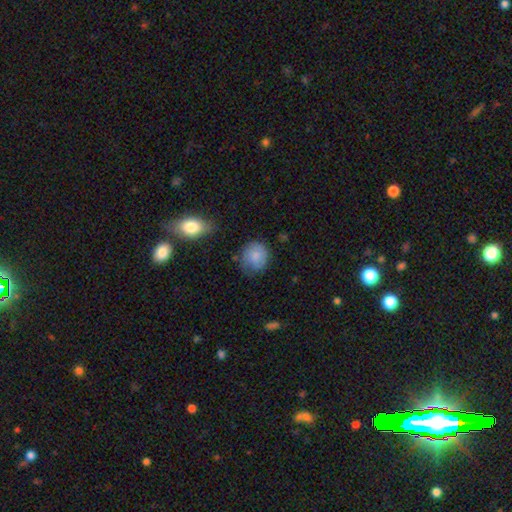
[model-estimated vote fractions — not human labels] Q: Smooth or featured?
A: smooth (80%); runner-up: featured or disk (13%)
Q: How rounded?
A: round (82%); runner-up: in between (17%)
Q: Merging?
A: none (64%); runner-up: minor disturbance (26%)